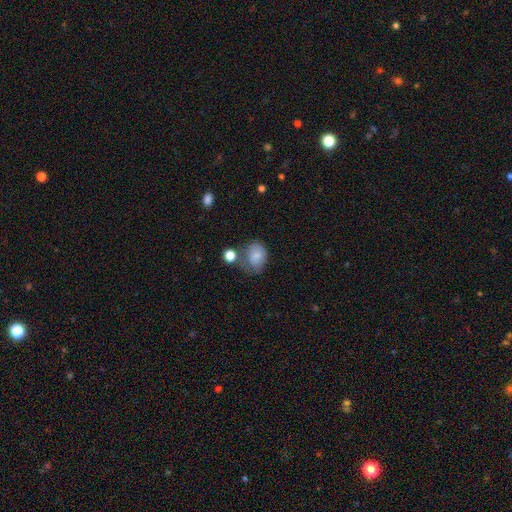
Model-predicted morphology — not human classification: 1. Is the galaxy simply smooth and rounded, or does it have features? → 80% smooth, 11% featured or disk, 9% star or artifact.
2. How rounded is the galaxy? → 59% in between, 40% round, 1% cigar-shaped.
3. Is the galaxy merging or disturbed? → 46% none, 29% minor disturbance, 13% major disturbance, 12% merger.